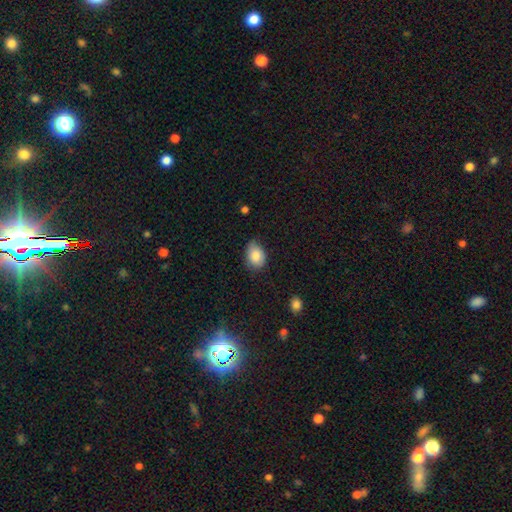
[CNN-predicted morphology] Smooth or featured? smooth (84%)
How rounded? in between (69%)
Merging? none (60%)